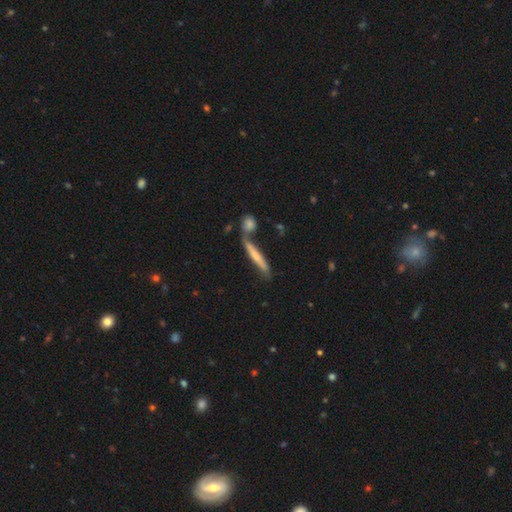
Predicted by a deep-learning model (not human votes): The model was most divided on "smooth or featured": smooth: 55%, featured or disk: 38%, star or artifact: 7%. More confident: how rounded — cigar-shaped (91%); merging — none (52%).